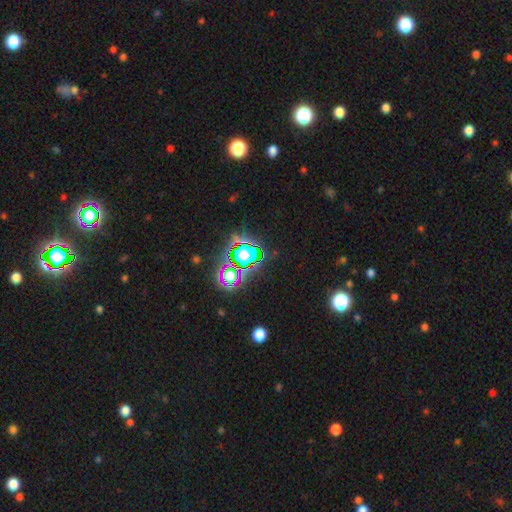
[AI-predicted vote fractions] A star or artifact, not a galaxy (75%).

Vote fractions:
- Smooth or featured? star or artifact: 75% / smooth: 16% / featured or disk: 9%